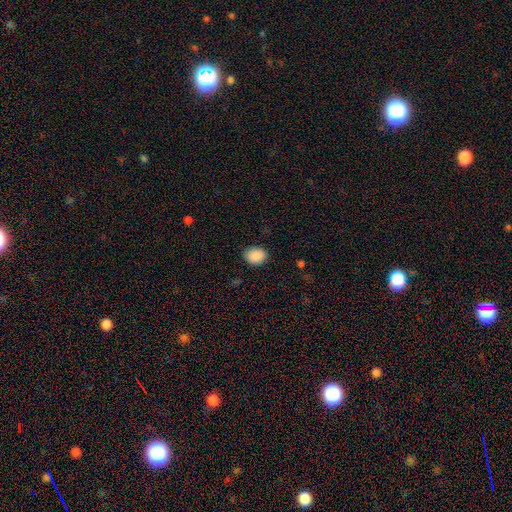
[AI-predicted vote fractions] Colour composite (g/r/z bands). It shows a smooth galaxy with no disk features (89%) that is in between round and cigar-shaped (62%). Merging: none (84%).